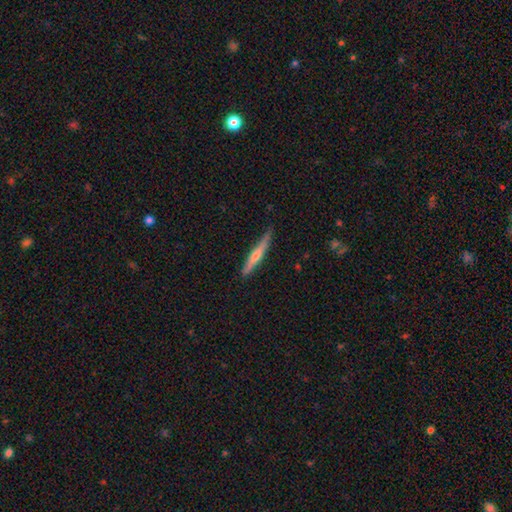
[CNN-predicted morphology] Q: Smooth or featured?
A: featured or disk (60%); runner-up: smooth (34%)
Q: Edge-on disk?
A: yes (96%); runner-up: no (4%)
Q: Edge-on bulge?
A: rounded (77%); runner-up: none (18%)
Q: Merging?
A: none (85%); runner-up: minor disturbance (12%)